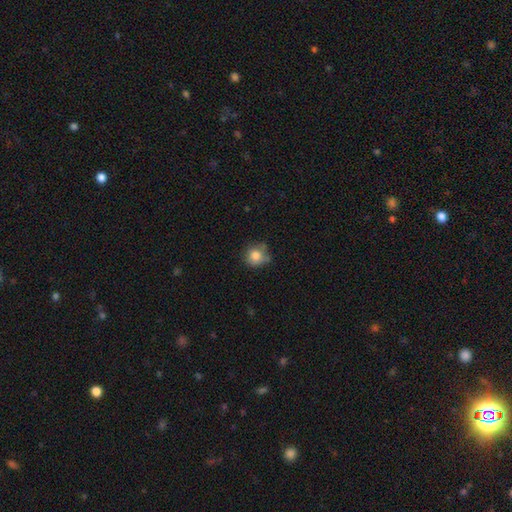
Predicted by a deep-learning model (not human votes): This is clearly a smooth galaxy (81%). How rounded: clearly round (88%). Merging: likely none (65%).